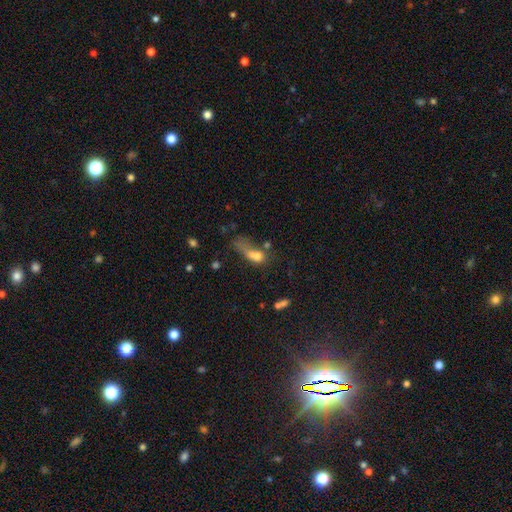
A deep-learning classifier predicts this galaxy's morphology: Smooth or featured?
  - smooth: 65% *
  - featured or disk: 22%
  - star or artifact: 13%
How rounded?
  - in between: 60% *
  - round: 23%
  - cigar-shaped: 17%
Merging?
  - major disturbance: 47% *
  - merger: 23%
  - none: 15%
  - minor disturbance: 14%